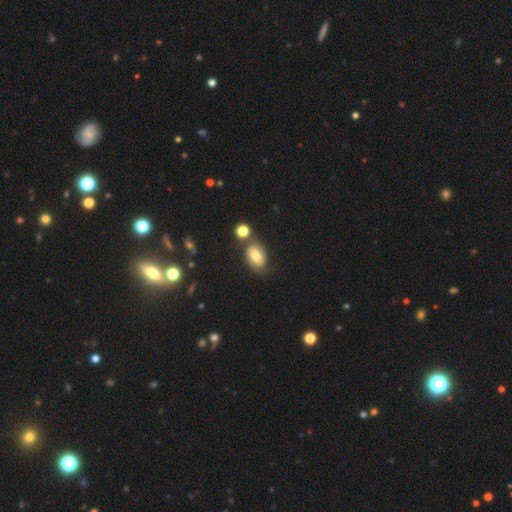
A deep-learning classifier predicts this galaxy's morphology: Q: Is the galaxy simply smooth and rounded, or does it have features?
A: smooth — 73%.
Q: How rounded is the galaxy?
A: in between — 76%.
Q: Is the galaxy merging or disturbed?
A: none — 63%.